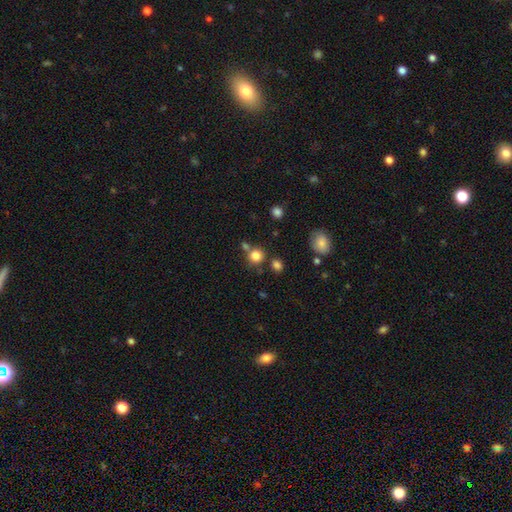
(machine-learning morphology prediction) smooth-or-featured: smooth: 81% | star or artifact: 13% | featured or disk: 6%
  how-rounded: round: 89% | in between: 10% | cigar-shaped: 1%
  merging: none: 68% | merger: 18% | minor disturbance: 10% | major disturbance: 4%